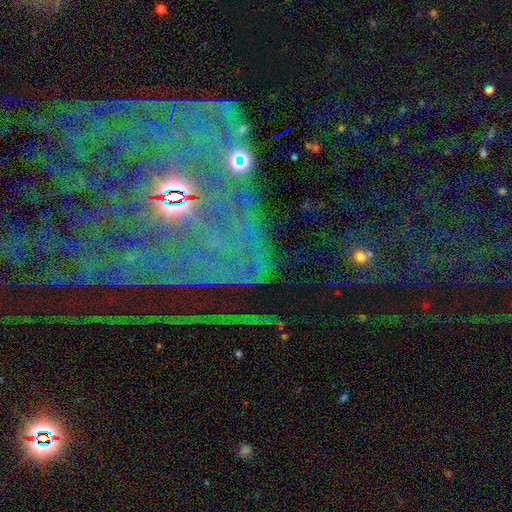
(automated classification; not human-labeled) This appears to be a star or artifact, not a galaxy (73%).